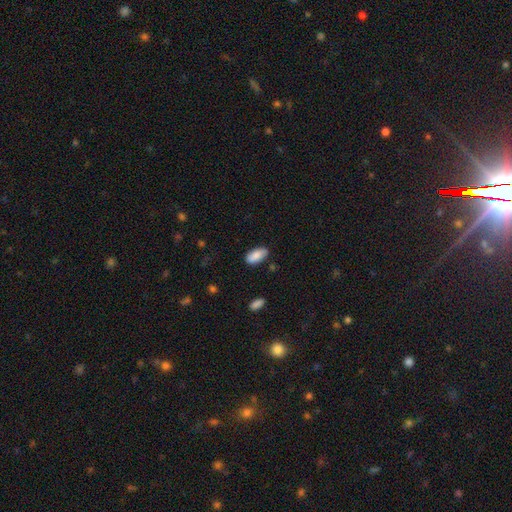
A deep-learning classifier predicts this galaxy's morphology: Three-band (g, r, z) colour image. It shows a smooth galaxy with no disk features (87%) that is in between round and cigar-shaped (93%). Merging: none (82%).